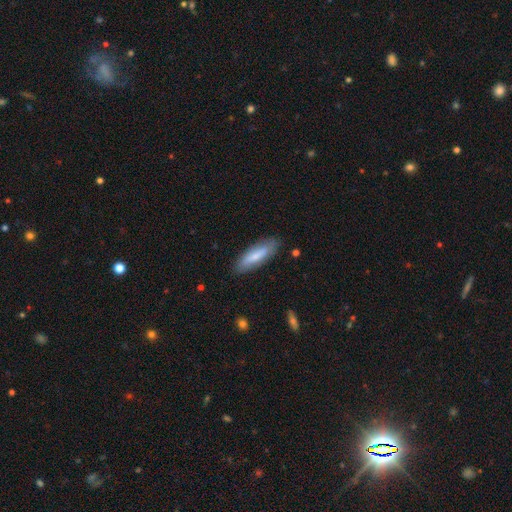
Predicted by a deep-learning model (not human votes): Smooth or featured: smooth — 70% (featured or disk — 24%)
How rounded: cigar-shaped — 54% (in between — 44%)
Merging: none — 83% (minor disturbance — 13%)